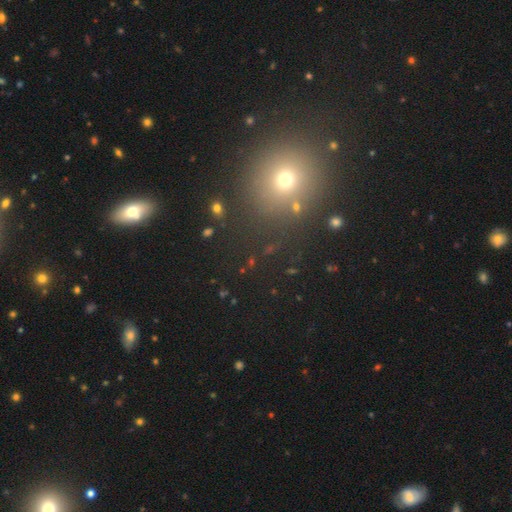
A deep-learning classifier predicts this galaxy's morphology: Smooth or featured: smooth — 51% (star or artifact — 38%)
How rounded: round — 81% (in between — 17%)
Merging: none — 82% (minor disturbance — 9%)